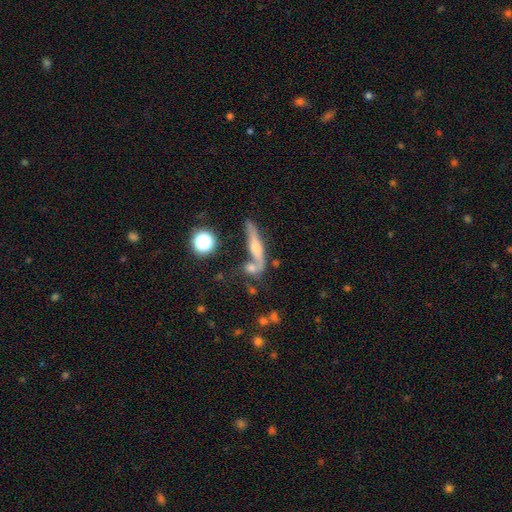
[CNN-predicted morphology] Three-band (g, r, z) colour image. It shows a featured or disk galaxy (60%) viewed edge-on (83%) with a rounded central bulge (88%). Merging: none (52%).